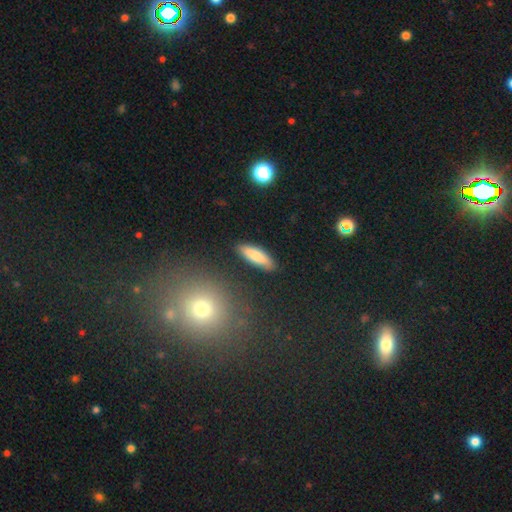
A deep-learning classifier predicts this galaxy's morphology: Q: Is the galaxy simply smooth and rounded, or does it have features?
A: smooth — 82%.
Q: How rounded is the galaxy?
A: cigar-shaped — 50%.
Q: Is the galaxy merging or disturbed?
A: none — 85%.